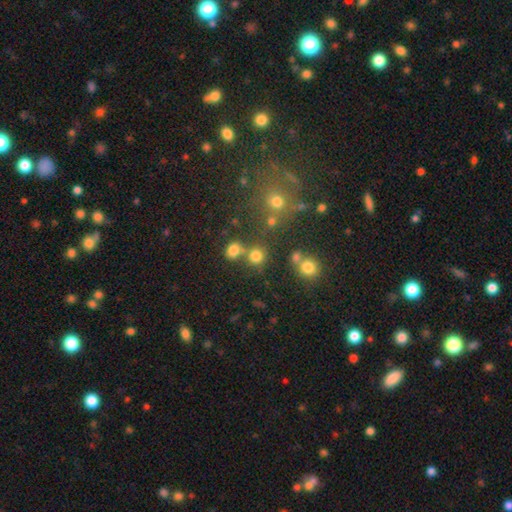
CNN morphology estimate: A smooth galaxy with no disk features (76%) that is round (85%).

Vote fractions:
- Smooth or featured? smooth: 76% / star or artifact: 16% / featured or disk: 7%
- How rounded? round: 85% / in between: 14% / cigar-shaped: 1%
- Merging? none: 65% / merger: 21% / minor disturbance: 9% / major disturbance: 4%